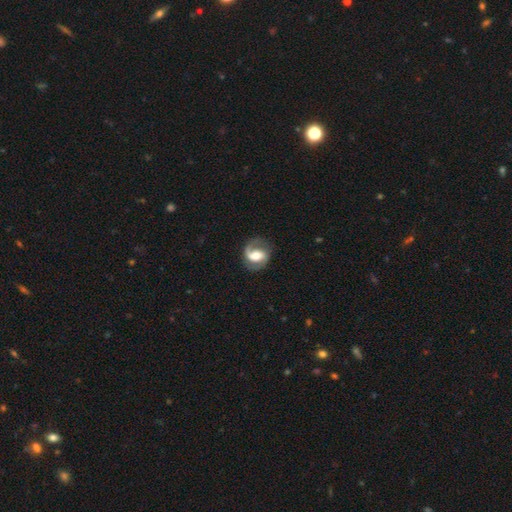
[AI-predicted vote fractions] A featured or disk galaxy (80%) with a weak bar (42%), 2 (82%) medium (50%) spiral arms (92%) and a moderate central bulge (55%).

Vote fractions:
- Smooth or featured? featured or disk: 80% / smooth: 15% / star or artifact: 6%
- Edge-on disk? no: 97% / yes: 3%
- Bar? weak: 42% / strong: 29% / no: 28%
- Spiral arms? yes: 92% / no: 8%
- Spiral winding? medium: 50% / loose: 29% / tight: 21%
- Spiral arm count? 2: 82% / 1: 12% / can't tell: 3% / 3: 1% / 4: 1% / more than 4: 1%
- Bulge size? moderate: 55% / large: 27% / small: 13% / dominant: 3% / none: 2%
- Merging? none: 75% / minor disturbance: 15% / major disturbance: 8% / merger: 1%